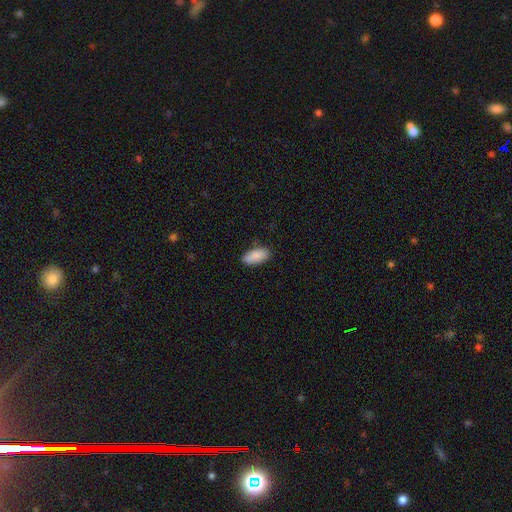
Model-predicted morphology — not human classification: A smooth galaxy with no disk features (89%) that is in between round and cigar-shaped (89%). Merging: none (84%).